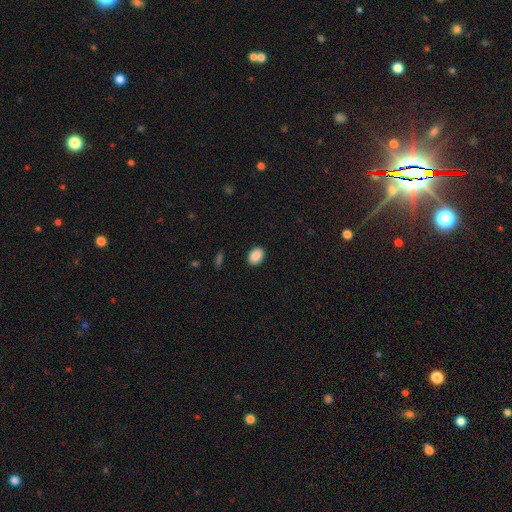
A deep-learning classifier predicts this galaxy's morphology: smooth-or-featured: smooth: 90% | star or artifact: 8% | featured or disk: 3%
  how-rounded: in between: 74% | round: 25% | cigar-shaped: 1%
  merging: none: 90% | minor disturbance: 7% | major disturbance: 2% | merger: 1%